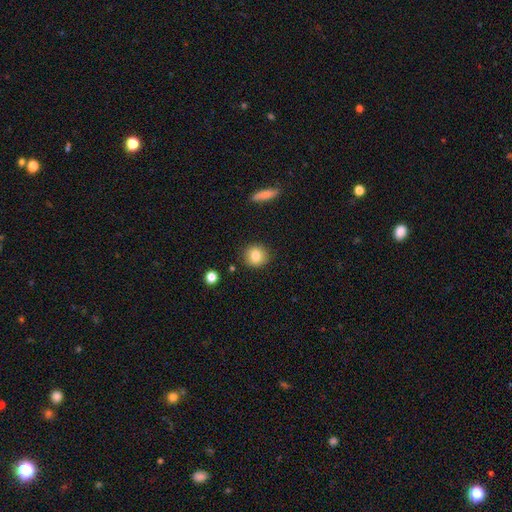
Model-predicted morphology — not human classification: This is clearly a smooth galaxy (82%). How rounded: clearly round (88%). Merging: clearly none (89%).